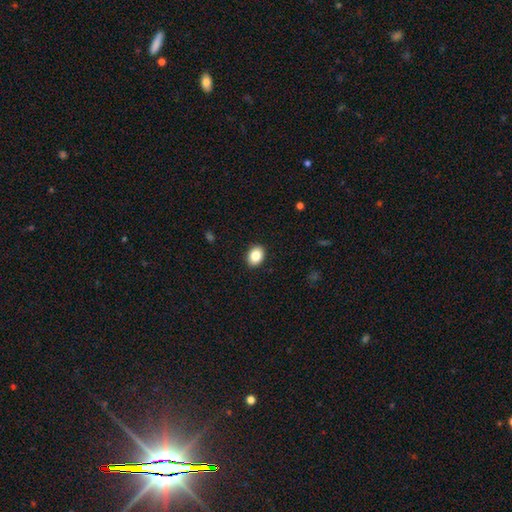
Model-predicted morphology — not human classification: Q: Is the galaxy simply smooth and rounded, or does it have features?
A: smooth — 86%.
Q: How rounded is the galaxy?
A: in between — 68%.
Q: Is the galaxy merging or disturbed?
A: none — 91%.